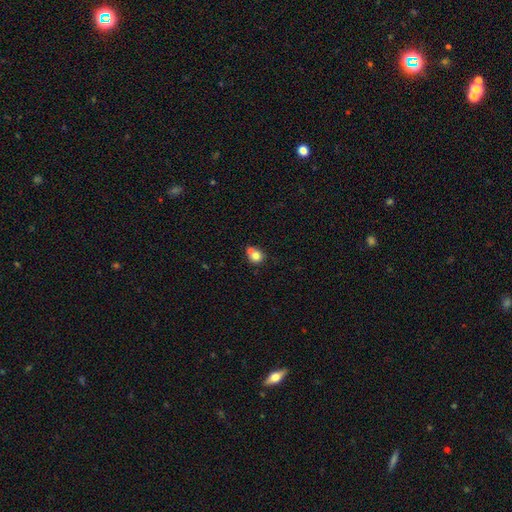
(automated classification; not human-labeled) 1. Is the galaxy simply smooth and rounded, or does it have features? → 76% smooth, 13% featured or disk, 11% star or artifact.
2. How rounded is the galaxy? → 81% round, 18% in between, 1% cigar-shaped.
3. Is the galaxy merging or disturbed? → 49% merger, 39% none, 9% minor disturbance, 3% major disturbance.